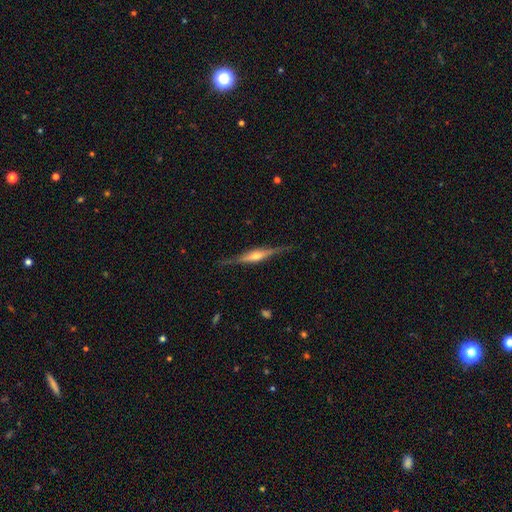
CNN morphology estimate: smooth_or_featured: featured or disk (p=0.80) [alt: smooth p=0.14]
disk_edge_on: yes (p=0.97) [alt: no p=0.03]
edge_on_bulge: rounded (p=0.79) [alt: boxy p=0.15]
merging: none (p=0.84) [alt: minor disturbance p=0.12]